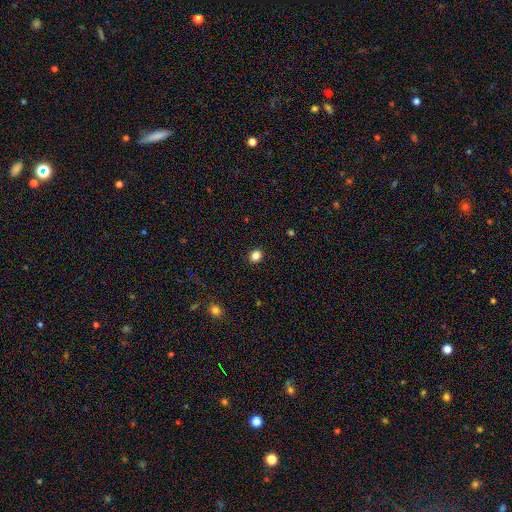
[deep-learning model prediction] A smooth galaxy with no disk features (85%) that is round (73%). Merging: none (91%).